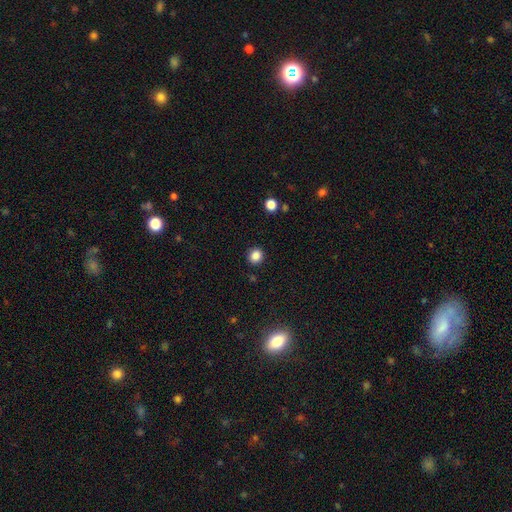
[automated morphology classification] Q: Smooth or featured?
A: smooth (85%); runner-up: star or artifact (11%)
Q: How rounded?
A: round (86%); runner-up: in between (13%)
Q: Merging?
A: none (90%); runner-up: minor disturbance (6%)